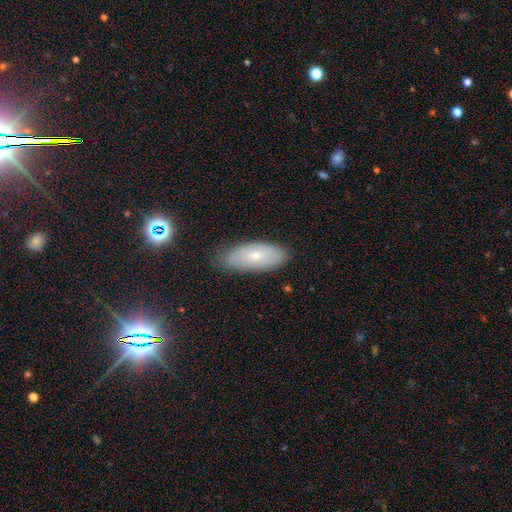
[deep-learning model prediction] Smooth or featured?
  - smooth: 56% *
  - featured or disk: 36%
  - star or artifact: 9%
How rounded?
  - in between: 86% *
  - cigar-shaped: 11%
  - round: 3%
Merging?
  - none: 74% *
  - minor disturbance: 21%
  - major disturbance: 4%
  - merger: 1%